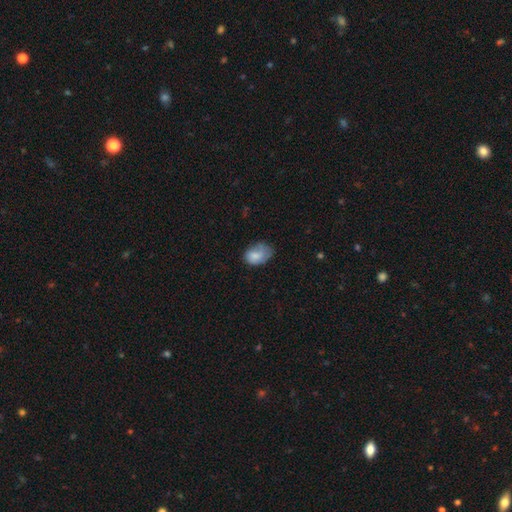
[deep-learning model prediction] Overall: smooth (76%). How rounded: in between (81%). Merging: none (44%; minor disturbance 37%).